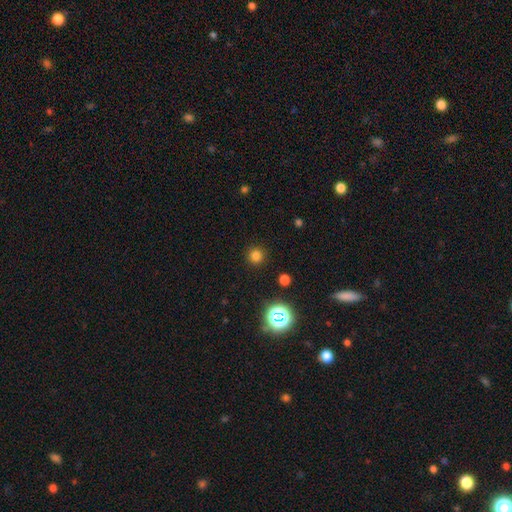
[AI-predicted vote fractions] This is likely a smooth galaxy (77%). How rounded: clearly round (95%). Merging: clearly none (91%).